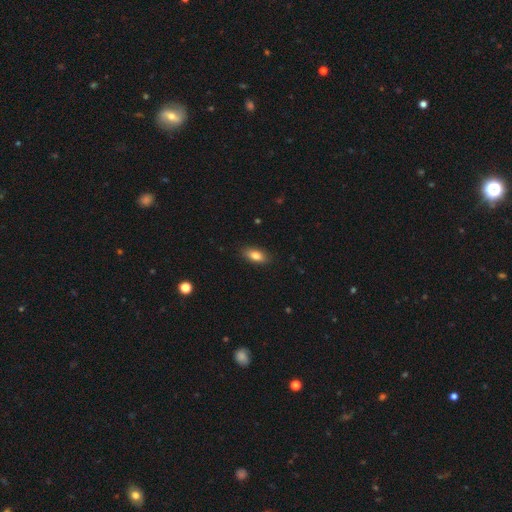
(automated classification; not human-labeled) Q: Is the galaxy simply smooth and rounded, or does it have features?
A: smooth — 81%.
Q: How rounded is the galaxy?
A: in between — 85%.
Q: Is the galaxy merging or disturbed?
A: none — 87%.